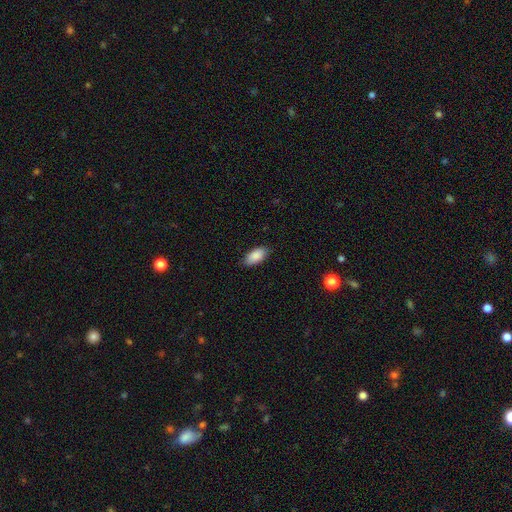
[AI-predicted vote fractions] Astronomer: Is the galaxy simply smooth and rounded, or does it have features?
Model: smooth — 89%.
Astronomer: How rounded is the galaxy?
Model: in between — 92%.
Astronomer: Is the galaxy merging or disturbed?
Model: none — 86%.